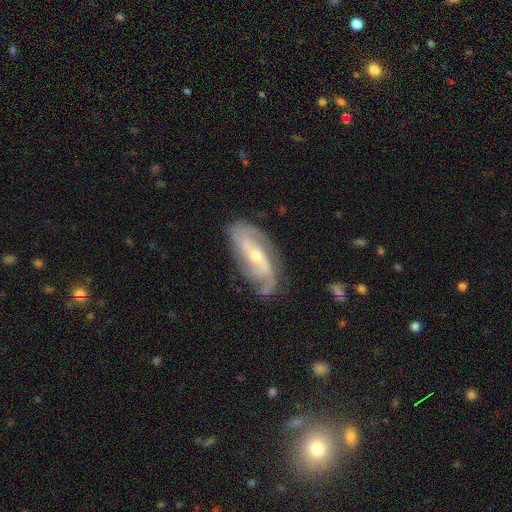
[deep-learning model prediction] A featured or disk galaxy (87%) with no bar (41%), 2 (56%) medium (44%) spiral arms (96%) and a small central bulge (57%). Merging: none (73%).